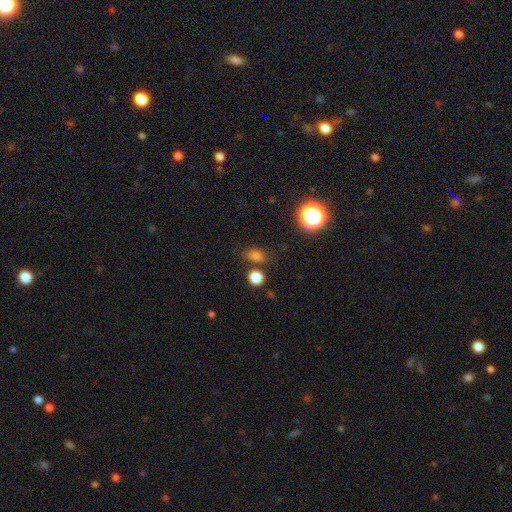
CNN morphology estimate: Q: Smooth or featured?
A: smooth (77%); runner-up: star or artifact (18%)
Q: How rounded?
A: in between (66%); runner-up: round (31%)
Q: Merging?
A: none (76%); runner-up: minor disturbance (13%)